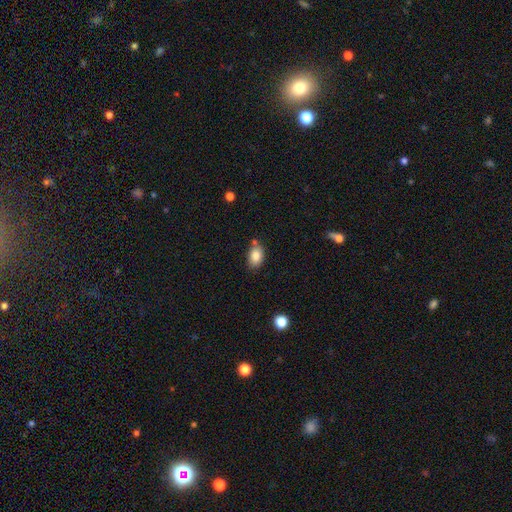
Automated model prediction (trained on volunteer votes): Smooth or featured? smooth (85%)
How rounded? in between (82%)
Merging? none (69%)